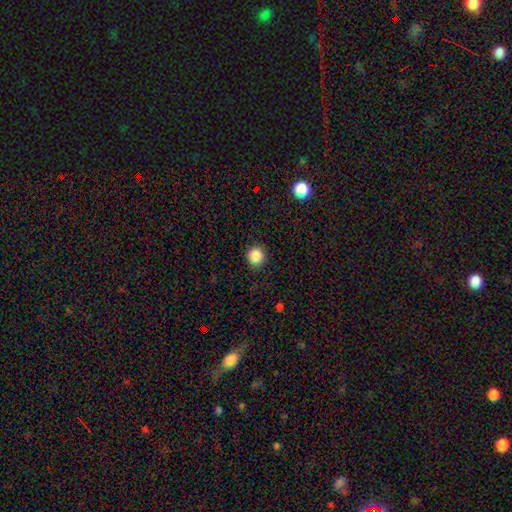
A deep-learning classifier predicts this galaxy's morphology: Smooth or featured? Predicted: smooth (p=0.87). How rounded? Predicted: round (p=0.92). Merging? Predicted: none (p=0.91).